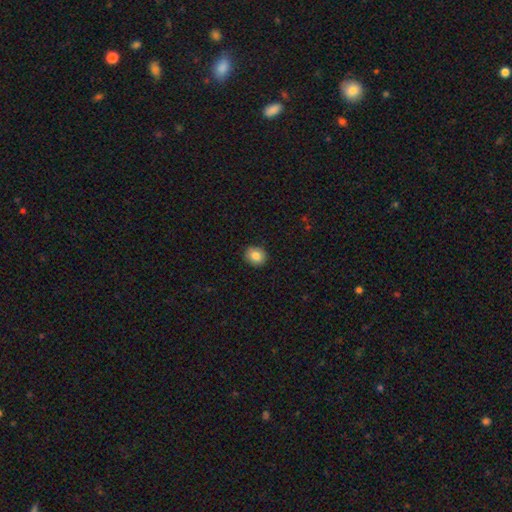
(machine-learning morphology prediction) This appears to be a smooth galaxy with no disk features (84%) that is round (77%). Merging: none (90%).